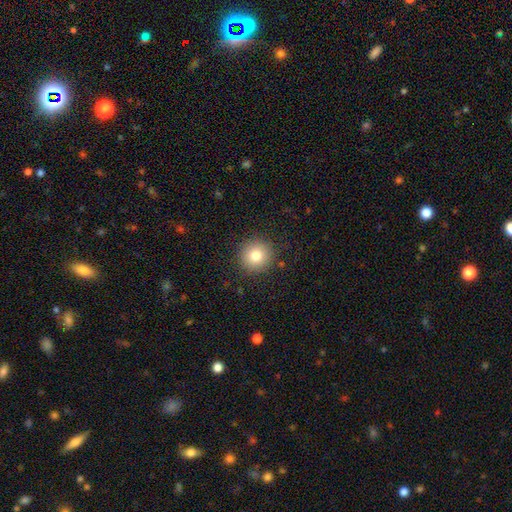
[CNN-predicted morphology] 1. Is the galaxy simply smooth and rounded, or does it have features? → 80% smooth, 11% star or artifact, 9% featured or disk.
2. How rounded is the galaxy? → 94% round, 5% in between, 1% cigar-shaped.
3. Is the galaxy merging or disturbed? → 90% none, 7% minor disturbance, 2% major disturbance, 1% merger.